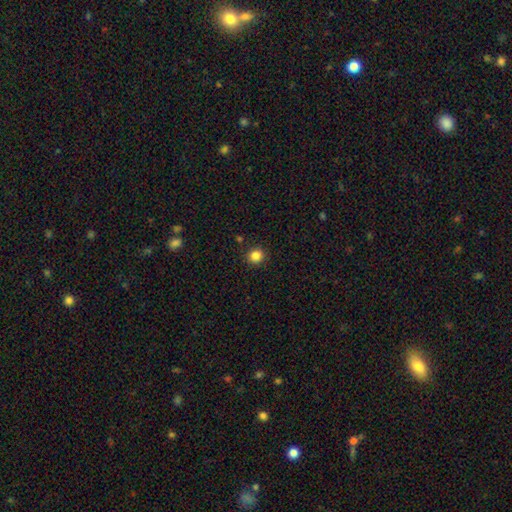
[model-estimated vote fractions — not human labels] Overall: smooth (85%). How rounded: round (91%). Merging: none (91%).